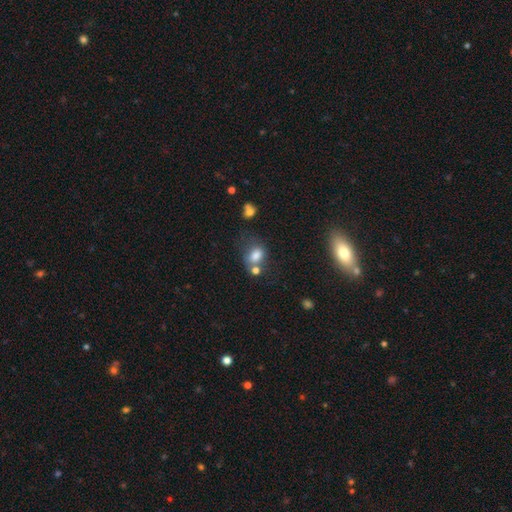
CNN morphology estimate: Smooth or featured?
  - smooth: 78% *
  - star or artifact: 11%
  - featured or disk: 11%
How rounded?
  - in between: 60% *
  - round: 39%
  - cigar-shaped: 1%
Merging?
  - none: 41% *
  - merger: 31%
  - minor disturbance: 18%
  - major disturbance: 10%